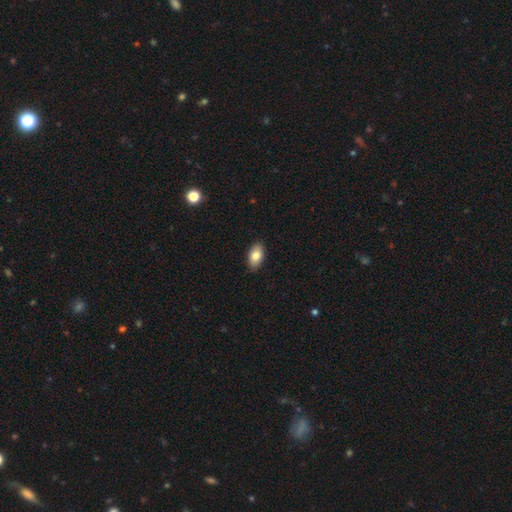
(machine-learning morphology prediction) A smooth galaxy with no disk features (83%) that is in between round and cigar-shaped (93%).

Vote fractions:
- Smooth or featured? smooth: 83% / featured or disk: 10% / star or artifact: 7%
- How rounded? in between: 93% / round: 4% / cigar-shaped: 3%
- Merging? none: 89% / minor disturbance: 9% / major disturbance: 2% / merger: 1%